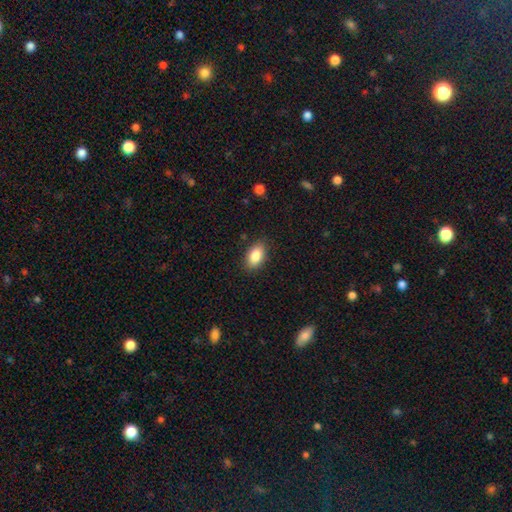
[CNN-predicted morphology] This appears to be a smooth galaxy with no disk features (85%) that is in between round and cigar-shaped (91%). Merging: none (87%).